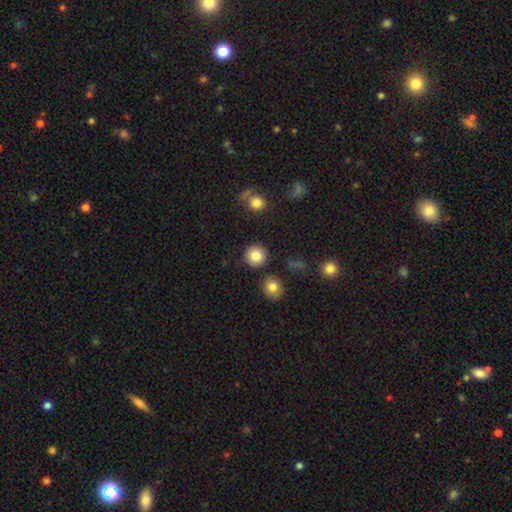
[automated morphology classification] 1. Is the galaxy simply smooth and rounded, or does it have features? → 83% smooth, 9% star or artifact, 7% featured or disk.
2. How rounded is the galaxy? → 94% round, 6% in between, 1% cigar-shaped.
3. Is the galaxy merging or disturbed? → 89% none, 6% minor disturbance, 3% merger, 2% major disturbance.